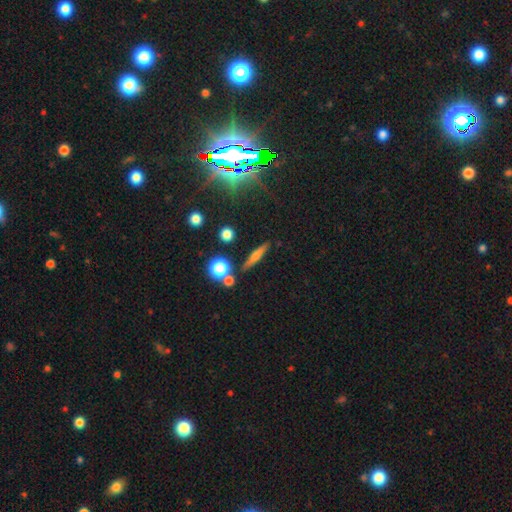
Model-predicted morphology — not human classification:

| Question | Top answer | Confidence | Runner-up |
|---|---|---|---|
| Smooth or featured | featured or disk | 46% | smooth (42%) |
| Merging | none | 83% | minor disturbance (9%) |